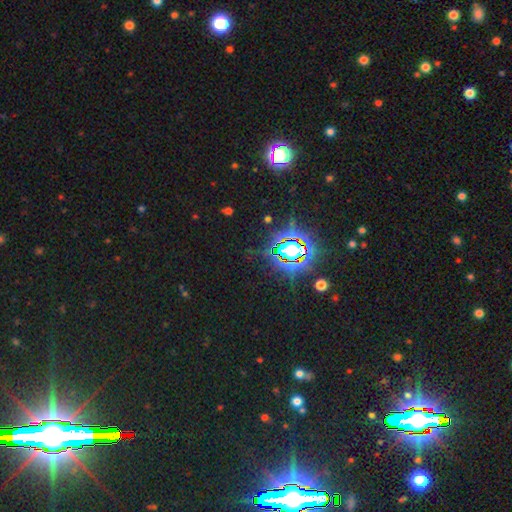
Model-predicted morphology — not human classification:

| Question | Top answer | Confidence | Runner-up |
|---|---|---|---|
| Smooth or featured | star or artifact | 83% | smooth (10%) |